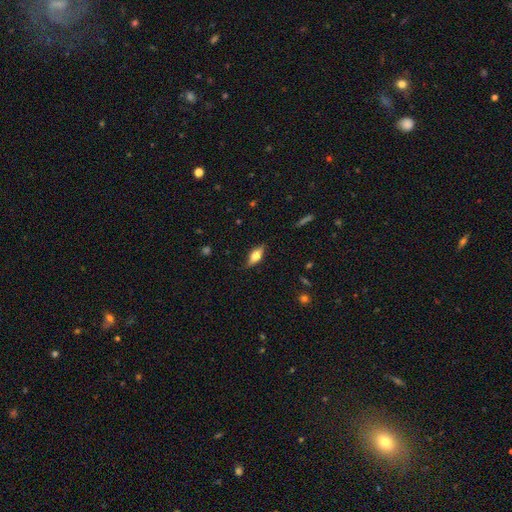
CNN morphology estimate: A smooth galaxy with no disk features (58%) that is in between round and cigar-shaped (74%).

Vote fractions:
- Smooth or featured? smooth: 58% / featured or disk: 35% / star or artifact: 8%
- How rounded? in between: 74% / cigar-shaped: 22% / round: 4%
- Merging? none: 81% / minor disturbance: 15% / major disturbance: 3% / merger: 1%